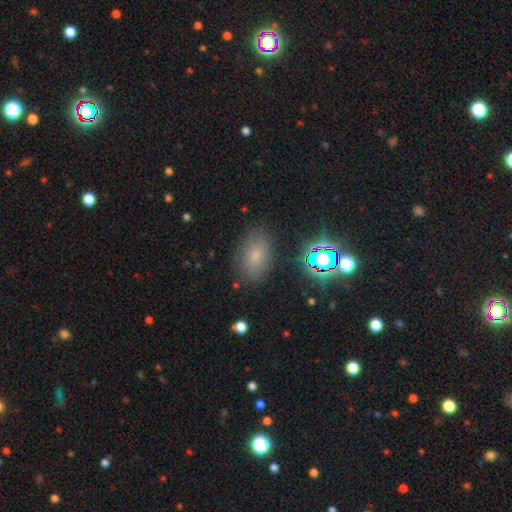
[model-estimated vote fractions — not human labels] Overall: smooth (68%). How rounded: in between (87%). Merging: none (81%).